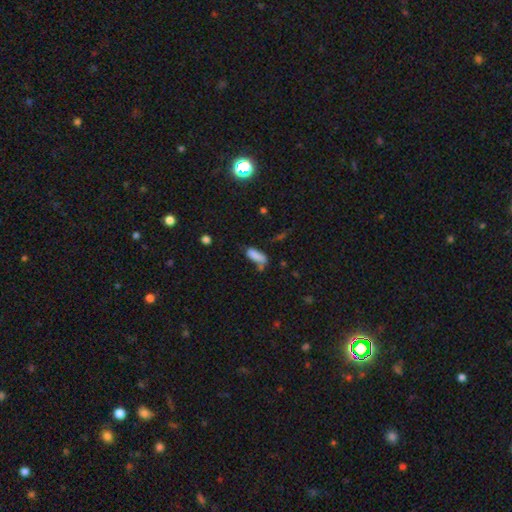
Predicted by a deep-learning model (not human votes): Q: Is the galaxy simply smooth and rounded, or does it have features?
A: smooth — 82%.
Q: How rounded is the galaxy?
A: in between — 65%.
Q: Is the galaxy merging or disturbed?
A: none — 49%.